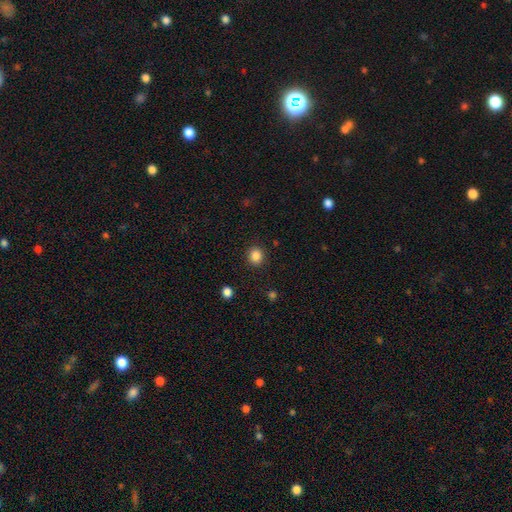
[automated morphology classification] Smooth or featured? Predicted: smooth (p=0.86). How rounded? Predicted: round (p=0.81). Merging? Predicted: none (p=0.89).